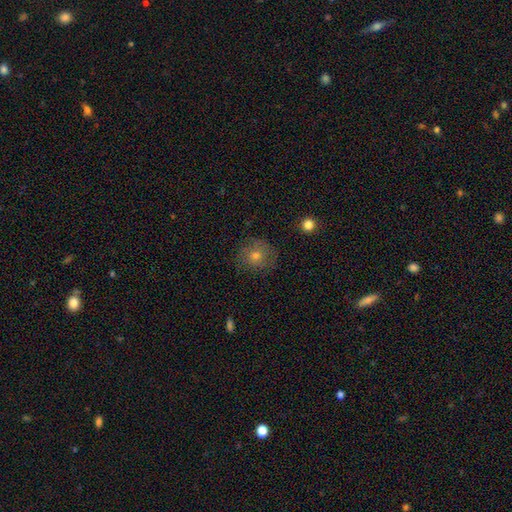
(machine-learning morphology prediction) Smooth or featured? smooth (59%)
How rounded? round (84%)
Merging? none (78%)